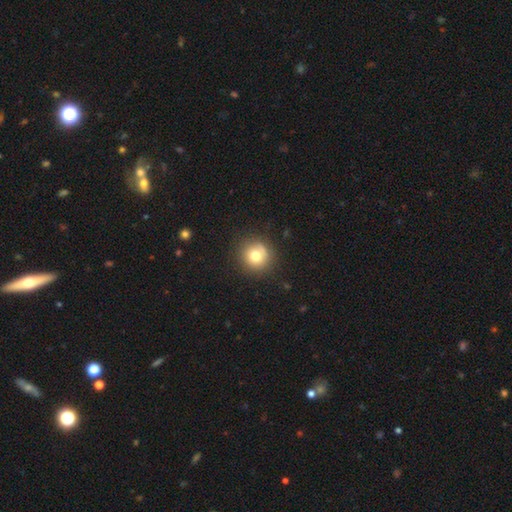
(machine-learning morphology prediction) Smooth or featured? smooth (73%)
How rounded? round (93%)
Merging? none (84%)